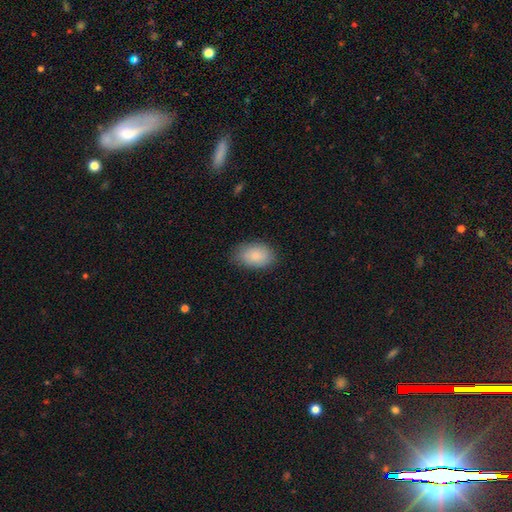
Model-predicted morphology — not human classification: Smooth or featured: smooth — 86% (featured or disk — 8%)
How rounded: in between — 90% (round — 9%)
Merging: none — 81% (minor disturbance — 15%)